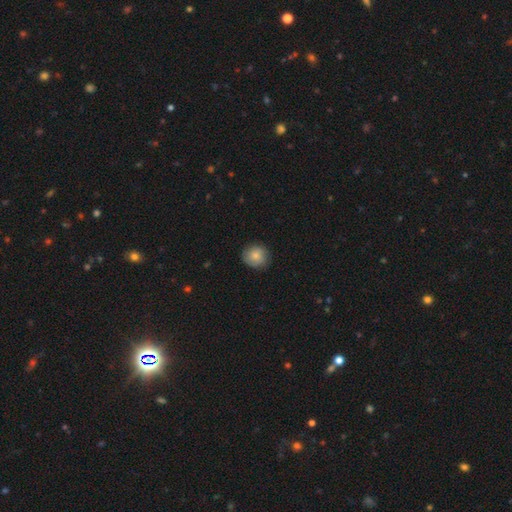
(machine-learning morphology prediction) This is clearly a smooth galaxy (80%). How rounded: clearly round (87%). Merging: clearly none (84%).